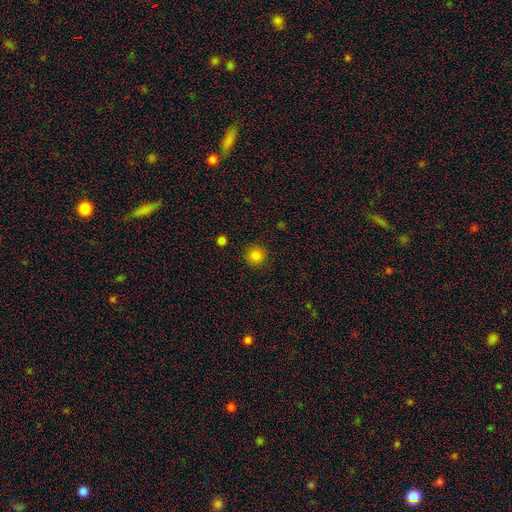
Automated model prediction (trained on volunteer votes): Smooth or featured? Predicted: smooth (p=0.85). How rounded? Predicted: round (p=0.94). Merging? Predicted: none (p=0.91).